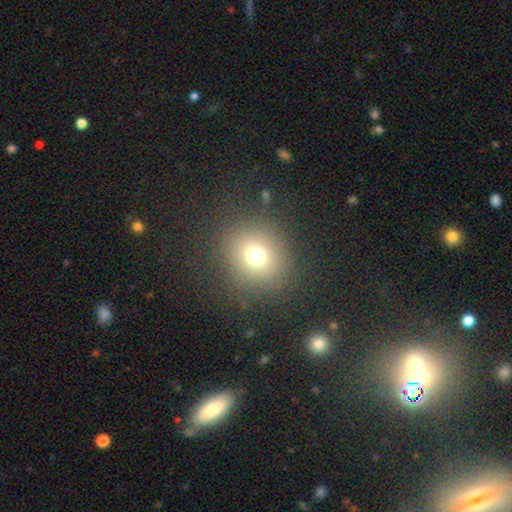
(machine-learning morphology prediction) Smooth or featured? smooth (70%)
How rounded? round (86%)
Merging? none (83%)